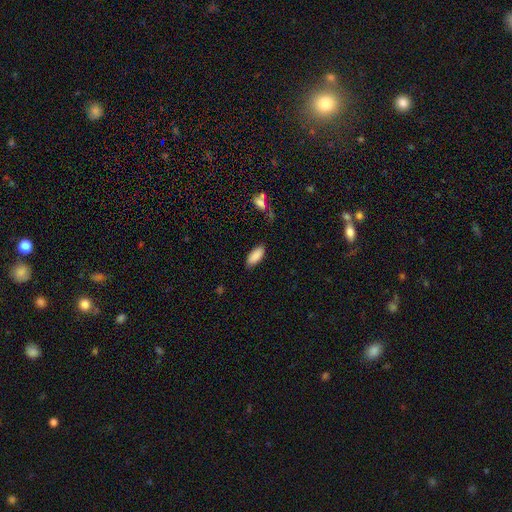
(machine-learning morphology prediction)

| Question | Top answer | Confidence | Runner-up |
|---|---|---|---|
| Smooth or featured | smooth | 89% | star or artifact (7%) |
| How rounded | in between | 81% | cigar-shaped (17%) |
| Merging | none | 84% | minor disturbance (12%) |